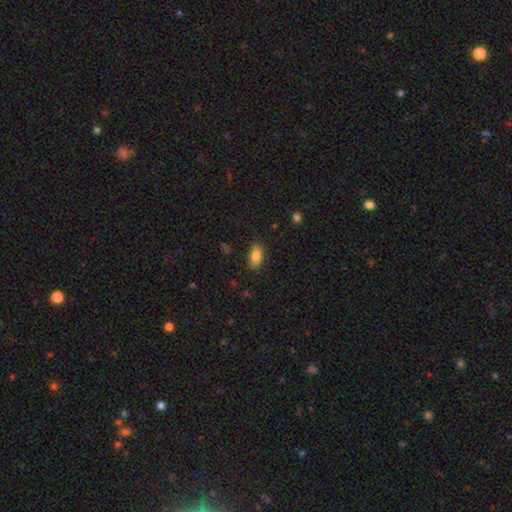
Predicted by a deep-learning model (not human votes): This is clearly a smooth galaxy (85%). How rounded: clearly in between (92%). Merging: clearly none (86%).